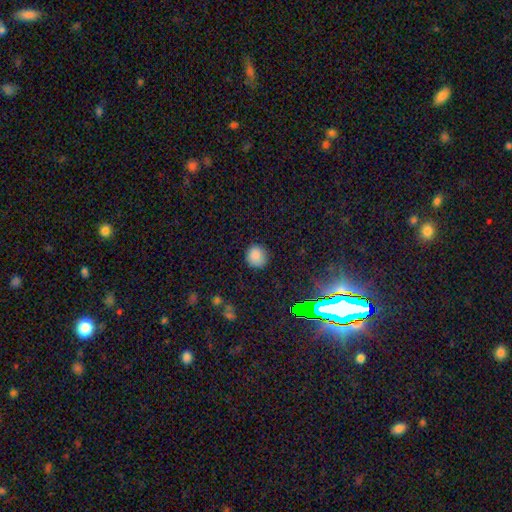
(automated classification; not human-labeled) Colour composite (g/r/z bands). It shows a smooth galaxy with no disk features (85%) that is round (82%). Merging: none (84%).